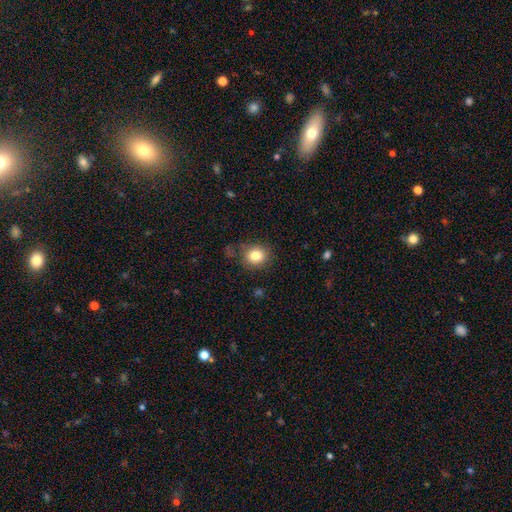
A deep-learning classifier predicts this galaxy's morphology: A smooth galaxy with no disk features (82%) that is round (79%). Merging: none (81%).